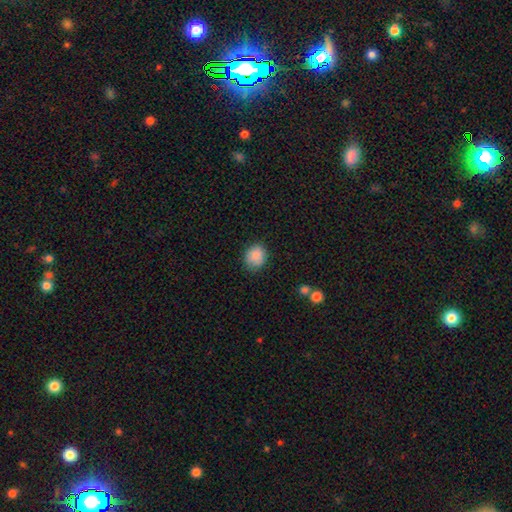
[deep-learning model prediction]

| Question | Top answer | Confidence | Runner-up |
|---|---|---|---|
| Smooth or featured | smooth | 87% | star or artifact (8%) |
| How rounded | round | 68% | in between (31%) |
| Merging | none | 82% | minor disturbance (13%) |